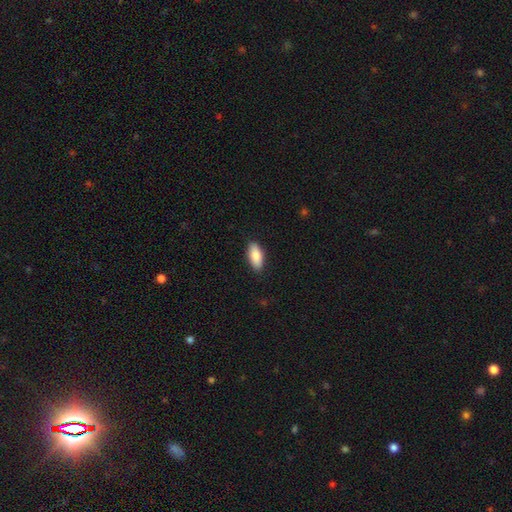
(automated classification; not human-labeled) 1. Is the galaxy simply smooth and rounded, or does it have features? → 84% smooth, 10% featured or disk, 6% star or artifact.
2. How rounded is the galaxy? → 86% in between, 12% cigar-shaped, 2% round.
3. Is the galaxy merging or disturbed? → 89% none, 8% minor disturbance, 2% major disturbance, 1% merger.